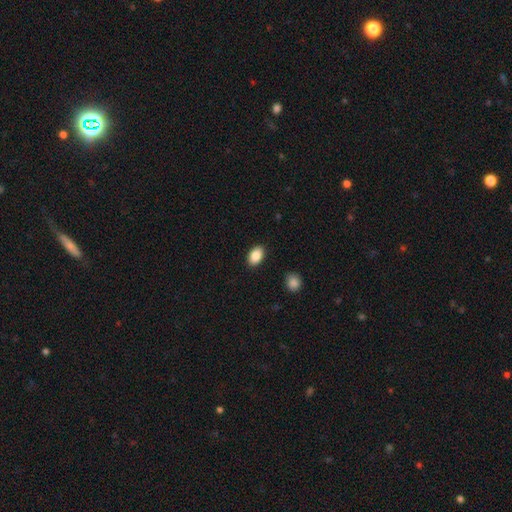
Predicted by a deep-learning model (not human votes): This appears to be a smooth galaxy with no disk features (87%) that is in between round and cigar-shaped (90%). Merging: none (88%).